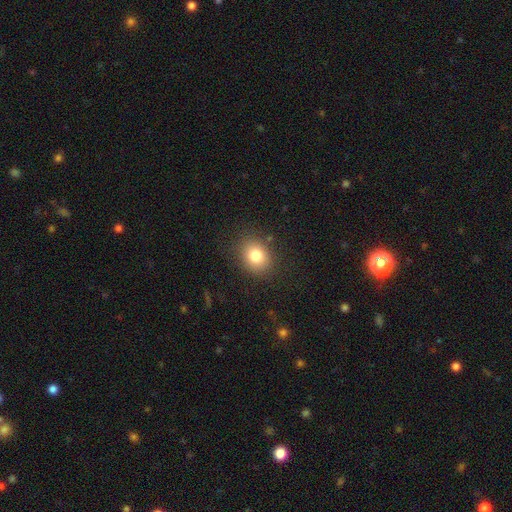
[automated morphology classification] Smooth or featured?
  - smooth: 81% *
  - star or artifact: 11%
  - featured or disk: 9%
How rounded?
  - round: 55% *
  - in between: 44%
  - cigar-shaped: 1%
Merging?
  - none: 86% *
  - minor disturbance: 10%
  - major disturbance: 3%
  - merger: 1%